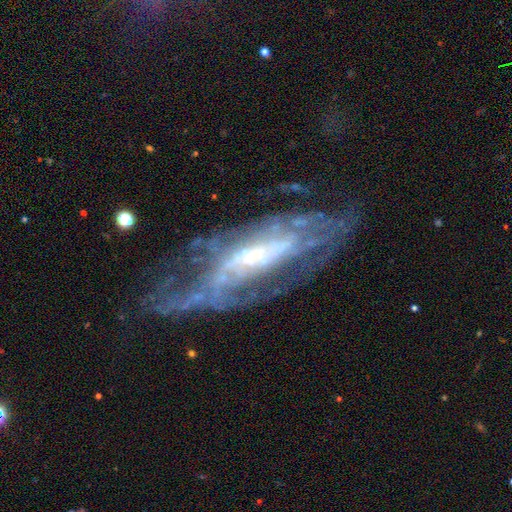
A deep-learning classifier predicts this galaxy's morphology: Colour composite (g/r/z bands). It shows a featured or disk galaxy (82%) with no bar (43%), tight (41%) spiral arms (82%) and a small central bulge (41%). Merging: none (51%).